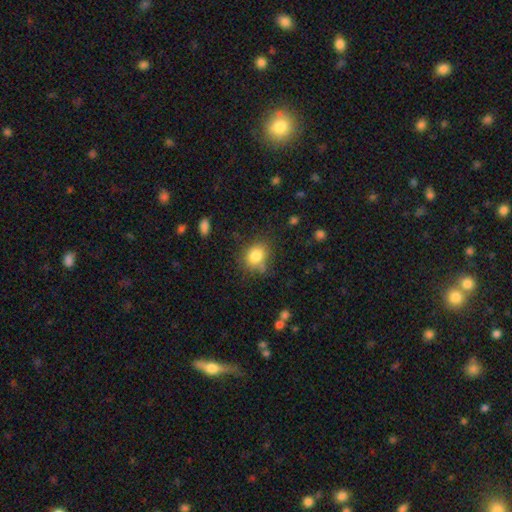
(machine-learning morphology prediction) The model was most divided on "how rounded": round: 62%, in between: 37%, cigar-shaped: 1%. More confident: smooth or featured — smooth (82%); merging — none (73%).